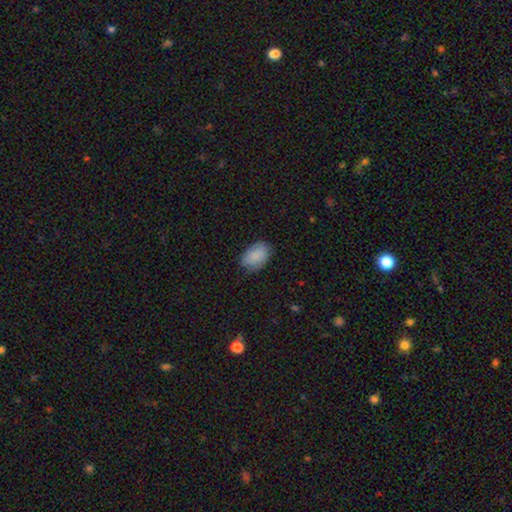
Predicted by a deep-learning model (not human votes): Overall: smooth (87%). How rounded: in between (89%). Merging: none (77%).